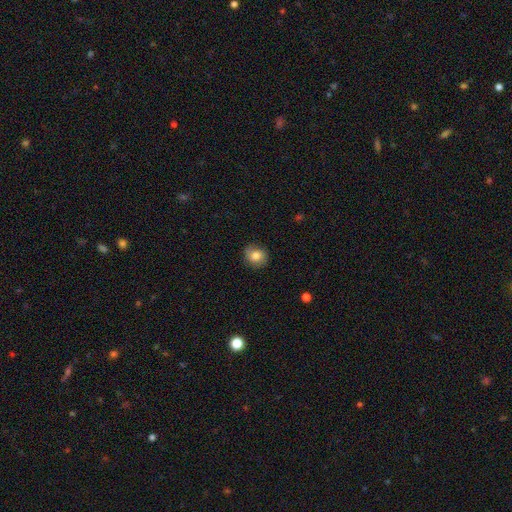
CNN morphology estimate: The model was most divided on "how rounded": round: 73%, in between: 26%, cigar-shaped: 1%. More confident: merging — none (80%); smooth or featured — smooth (79%).